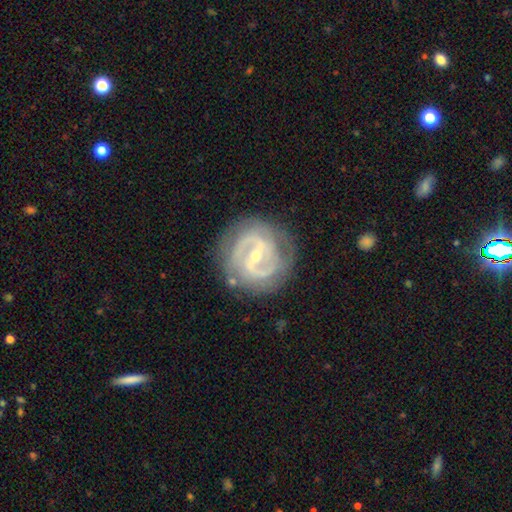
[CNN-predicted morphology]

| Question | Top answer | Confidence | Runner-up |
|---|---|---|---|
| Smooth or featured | featured or disk | 86% | smooth (9%) |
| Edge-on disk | no | 97% | yes (3%) |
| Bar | strong | 48% | weak (38%) |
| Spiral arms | yes | 91% | no (9%) |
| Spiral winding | tight | 45% | medium (43%) |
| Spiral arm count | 2 | 73% | can't tell (12%) |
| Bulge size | small | 60% | moderate (37%) |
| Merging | none | 79% | minor disturbance (14%) |